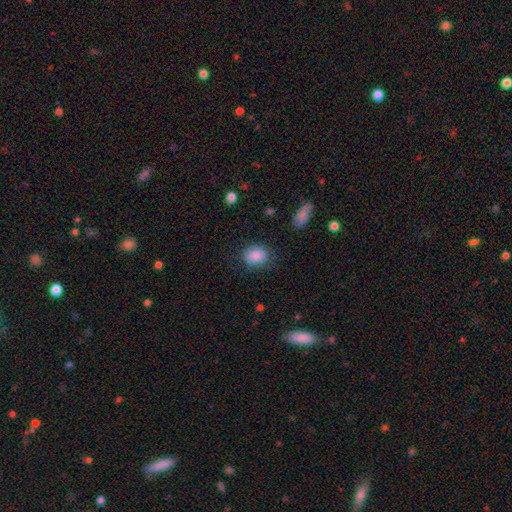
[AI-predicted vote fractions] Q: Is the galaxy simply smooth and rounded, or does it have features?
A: smooth — 86%.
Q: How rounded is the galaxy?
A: round — 50%.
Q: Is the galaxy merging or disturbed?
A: none — 76%.